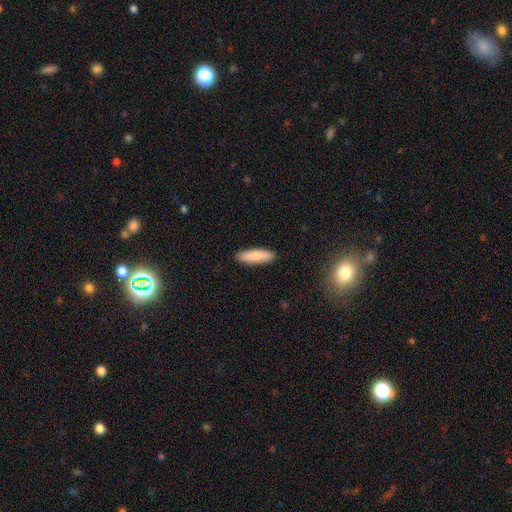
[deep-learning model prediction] This is clearly a smooth galaxy (88%). How rounded: possibly cigar-shaped (57%). Merging: clearly none (90%).